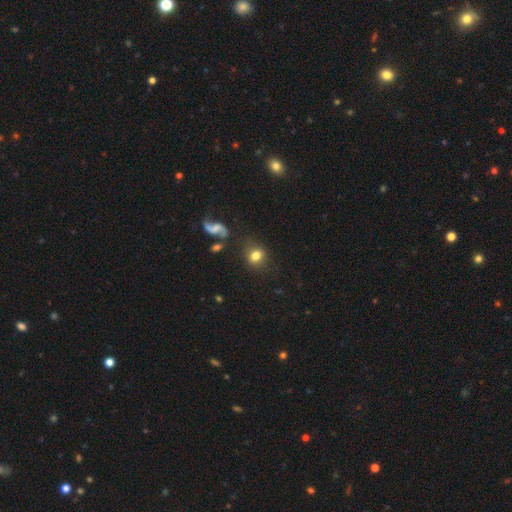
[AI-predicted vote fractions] This appears to be a smooth galaxy with no disk features (71%) that is round (65%). Merging: none (74%).